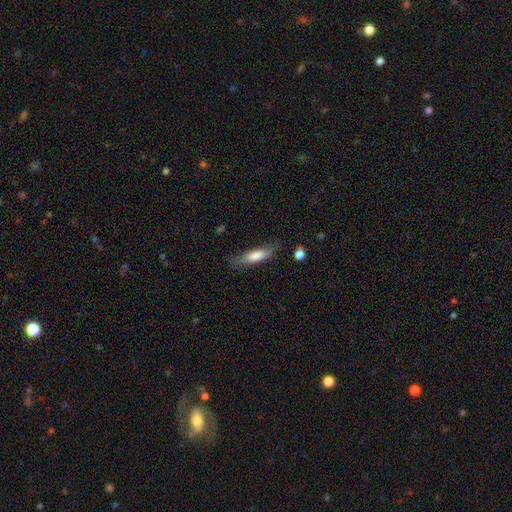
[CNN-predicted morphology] A smooth galaxy with no disk features (74%) that is cigar-shaped (60%).

Vote fractions:
- Smooth or featured? smooth: 74% / featured or disk: 20% / star or artifact: 7%
- How rounded? cigar-shaped: 60% / in between: 38% / round: 2%
- Merging? none: 69% / minor disturbance: 21% / major disturbance: 7% / merger: 2%